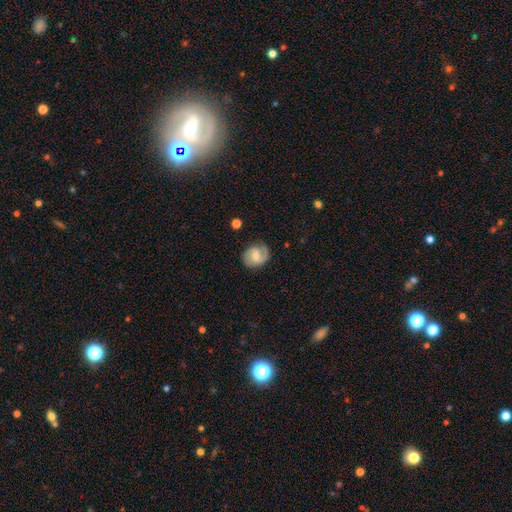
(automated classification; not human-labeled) Smooth or featured? featured or disk (59%)
Edge-on disk? no (97%)
Bar? weak (47%)
Spiral arms? yes (88%)
Spiral winding? medium (43%)
Spiral arm count? 2 (74%)
Bulge size? moderate (54%)
Merging? none (77%)